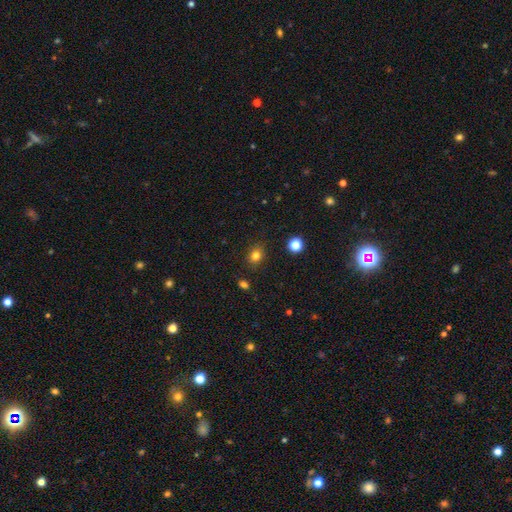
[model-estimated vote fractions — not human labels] This is clearly a smooth galaxy (80%). How rounded: possibly round (55%). Merging: clearly none (85%).